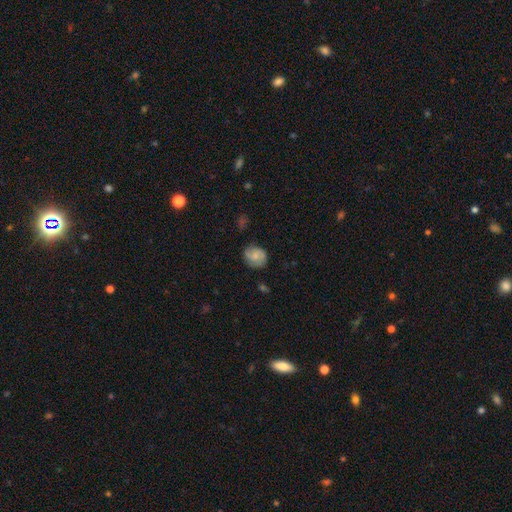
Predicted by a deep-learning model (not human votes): Morphology: type=smooth (60%); roundness=round (68%); merging=none (68%).